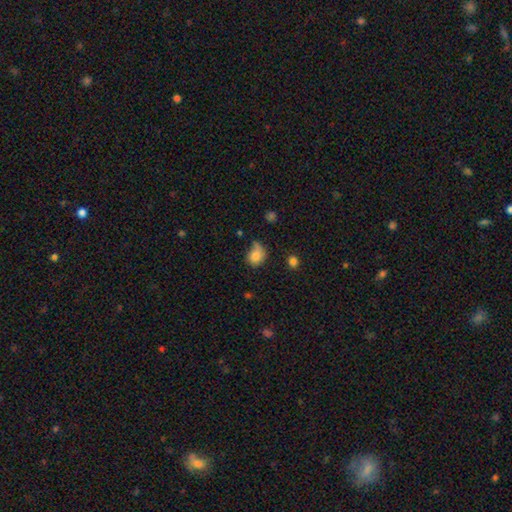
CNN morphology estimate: Q: Smooth or featured?
A: smooth (77%); runner-up: featured or disk (14%)
Q: How rounded?
A: round (60%); runner-up: in between (39%)
Q: Merging?
A: none (44%); runner-up: minor disturbance (33%)